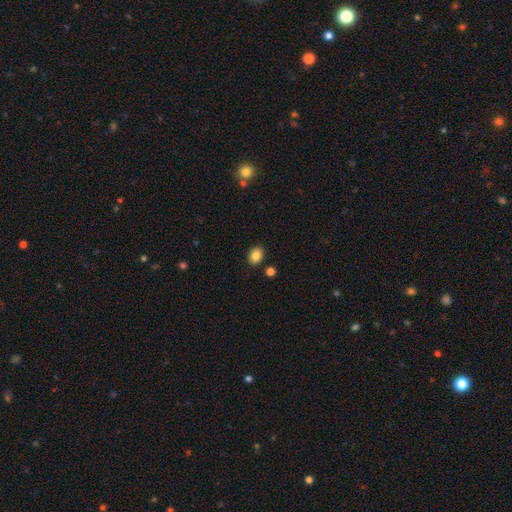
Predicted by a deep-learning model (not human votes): Smooth or featured? smooth (86%)
How rounded? in between (59%)
Merging? none (87%)